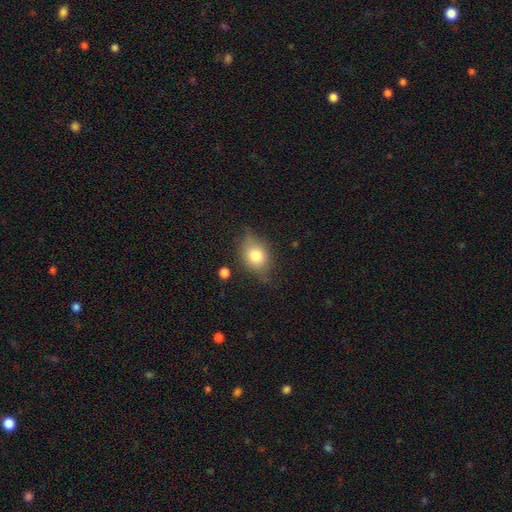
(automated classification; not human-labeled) Smooth or featured: smooth — 72% (featured or disk — 19%)
How rounded: in between — 65% (round — 33%)
Merging: none — 63% (minor disturbance — 27%)